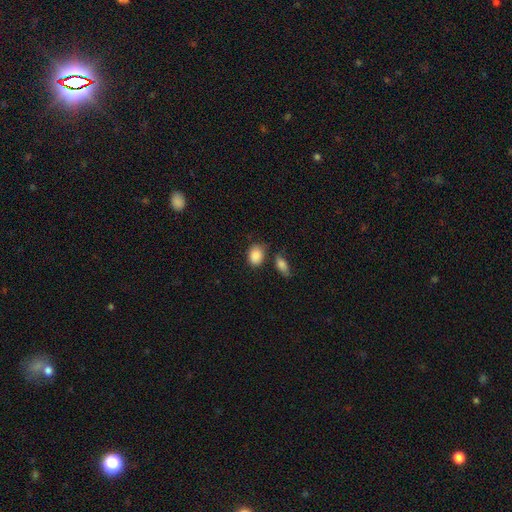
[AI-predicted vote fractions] Smooth or featured? Predicted: smooth (p=0.88). How rounded? Predicted: in between (p=0.71). Merging? Predicted: none (p=0.67).